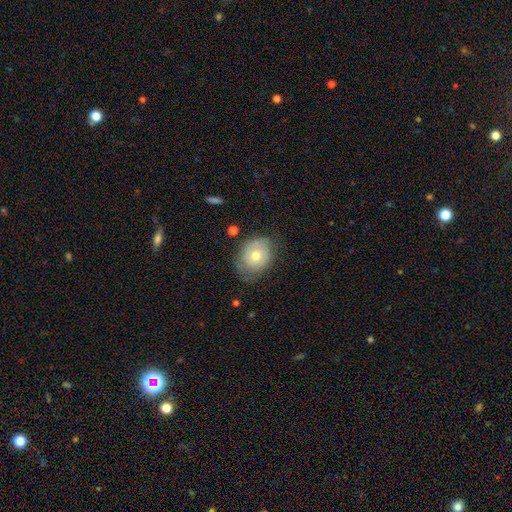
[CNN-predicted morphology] Overall: smooth (62%; featured or disk 30%). How rounded: round (54%; in between 45%). Merging: none (62%; minor disturbance 28%).